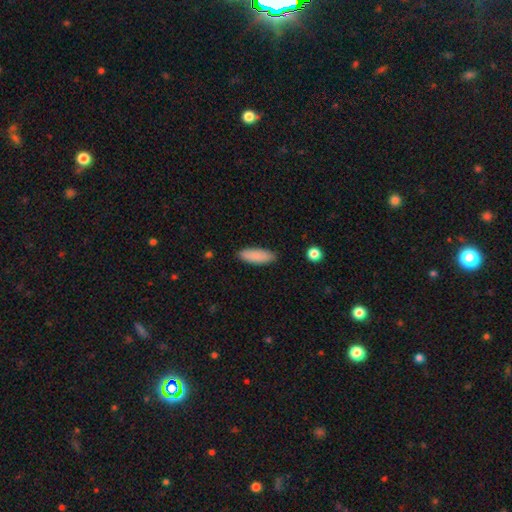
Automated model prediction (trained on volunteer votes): Smooth or featured: smooth — 88% (star or artifact — 6%)
How rounded: in between — 58% (cigar-shaped — 41%)
Merging: none — 87% (minor disturbance — 10%)